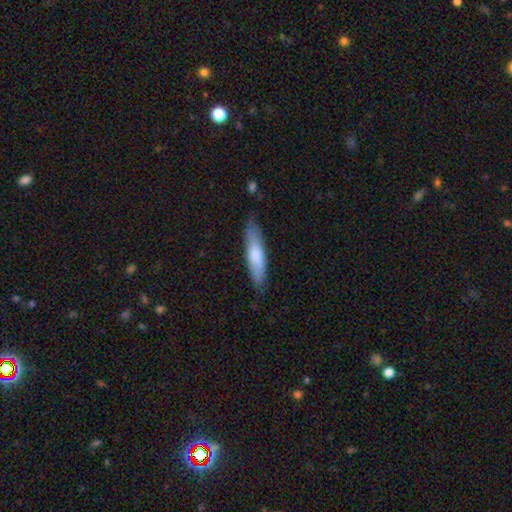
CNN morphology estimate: Smooth or featured? Predicted: smooth (p=0.73). How rounded? Predicted: cigar-shaped (p=0.76). Merging? Predicted: none (p=0.79).